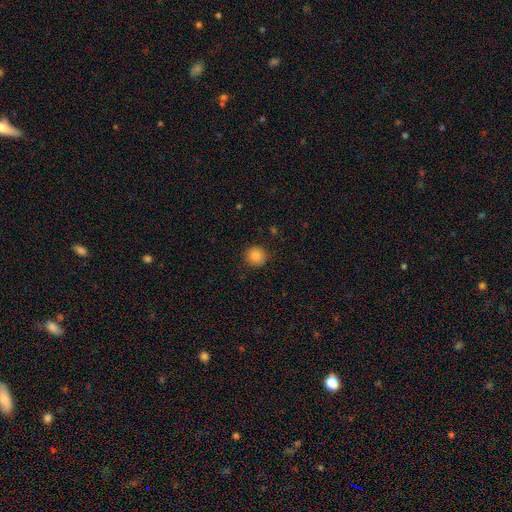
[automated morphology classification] Smooth or featured? Predicted: smooth (p=0.86). How rounded? Predicted: round (p=0.92). Merging? Predicted: none (p=0.89).